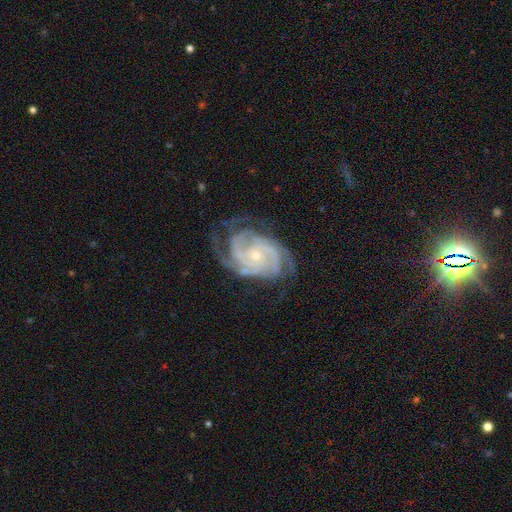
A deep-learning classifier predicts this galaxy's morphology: featured or disk 90%, star or artifact 5%, smooth 4%. Down the decision tree: edge-on disk — no (97%); bar — no (70%); spiral arms — yes (98%); spiral arm count — 3 (33%); spiral winding — tight (66%); bulge size — small (72%); merging — none (67%).